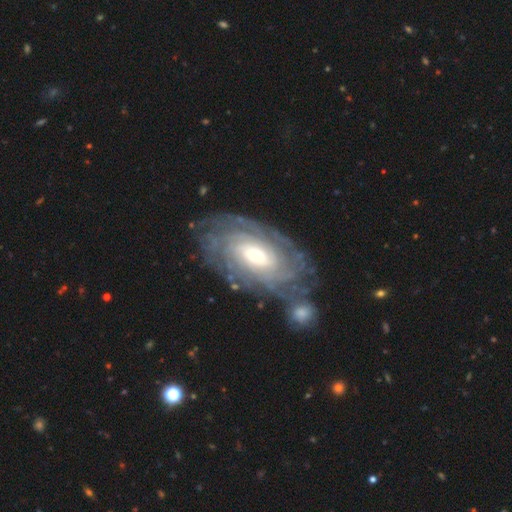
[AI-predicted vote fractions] smooth-or-featured: featured or disk: 87% | smooth: 8% | star or artifact: 5%
  disk-edge-on: no: 95% | yes: 5%
    bar: no: 62% | weak: 28% | strong: 11%
    has-spiral-arms: yes: 96% | no: 4%
      spiral-winding: tight: 80% | medium: 16% | loose: 4%
      spiral-arm-count: can't tell: 34% | 4: 21% | more than 4: 20% | 3: 11% | 2: 8% | 1: 6%
    bulge-size: small: 48% | moderate: 40% | large: 9% | dominant: 1% | none: 1%
  merging: none: 70% | minor disturbance: 15% | merger: 8% | major disturbance: 7%